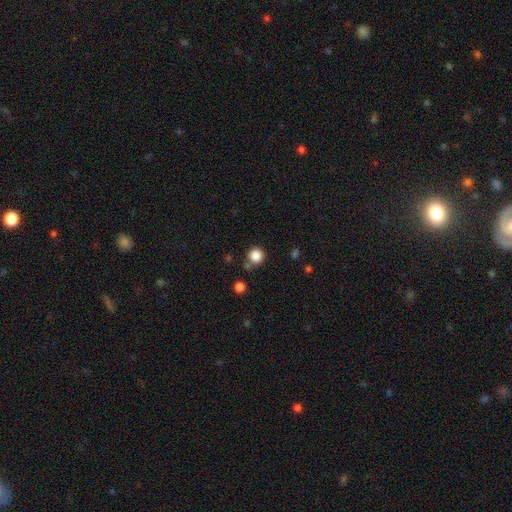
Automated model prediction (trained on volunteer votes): This appears to be a smooth galaxy with no disk features (85%) that is round (93%). Merging: none (78%).